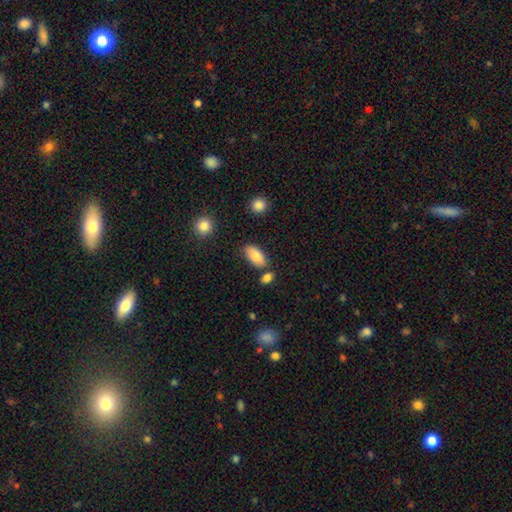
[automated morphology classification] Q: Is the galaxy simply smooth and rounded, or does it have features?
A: smooth — 84%.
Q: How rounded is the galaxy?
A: in between — 92%.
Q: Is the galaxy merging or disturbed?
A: none — 75%.